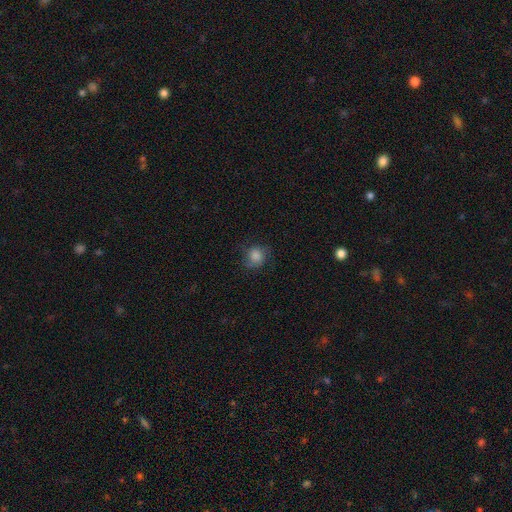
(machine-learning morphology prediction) smooth 79%, featured or disk 11%, star or artifact 10%. Down the decision tree: how rounded — round (79%); merging — none (66%).